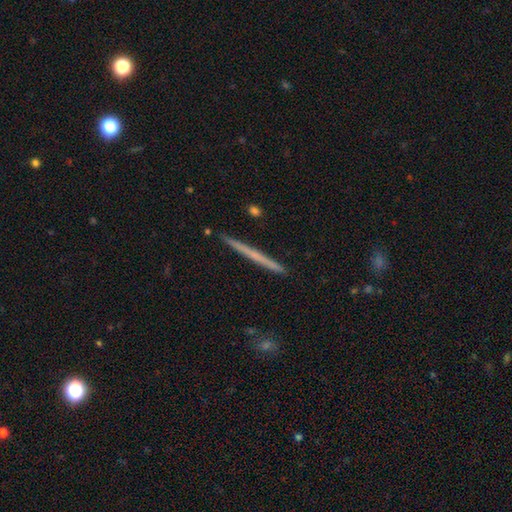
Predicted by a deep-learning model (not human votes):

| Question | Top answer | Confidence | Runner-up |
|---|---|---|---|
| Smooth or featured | featured or disk | 52% | smooth (42%) |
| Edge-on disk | yes | 98% | no (2%) |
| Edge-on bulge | none | 84% | rounded (12%) |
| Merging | none | 92% | minor disturbance (5%) |